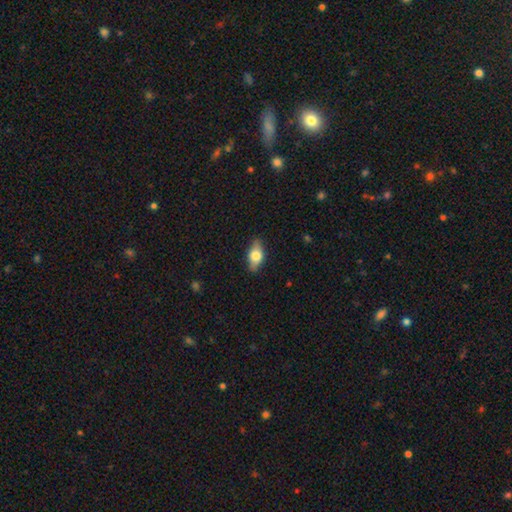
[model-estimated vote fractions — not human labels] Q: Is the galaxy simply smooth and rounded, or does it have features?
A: smooth — 66%.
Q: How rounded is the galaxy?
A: in between — 84%.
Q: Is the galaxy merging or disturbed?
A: none — 83%.